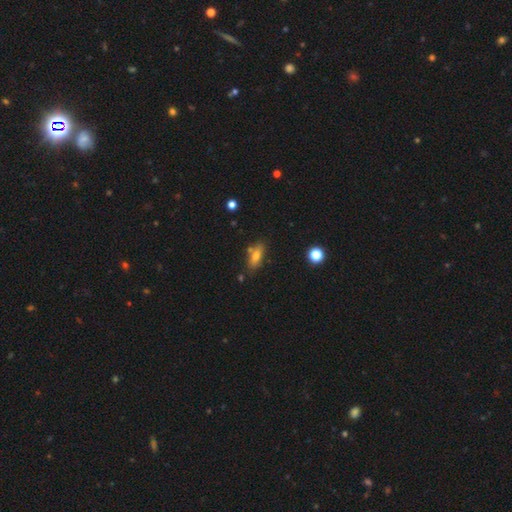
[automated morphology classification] A smooth galaxy with no disk features (68%) that is in between round and cigar-shaped (68%).

Vote fractions:
- Smooth or featured? smooth: 68% / featured or disk: 23% / star or artifact: 9%
- How rounded? in between: 68% / cigar-shaped: 28% / round: 4%
- Merging? none: 72% / minor disturbance: 15% / merger: 9% / major disturbance: 3%